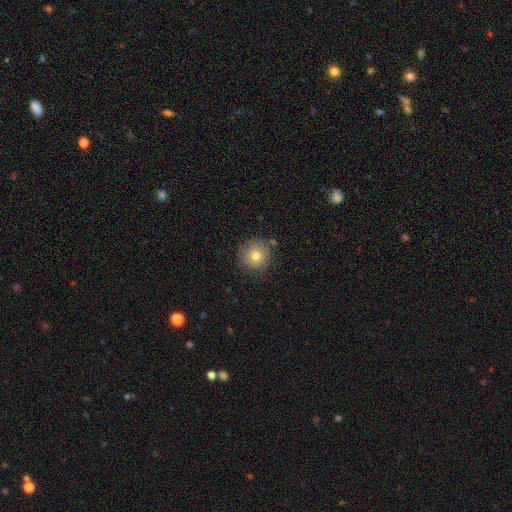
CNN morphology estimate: A smooth galaxy with no disk features (76%) that is round (95%). Merging: none (84%).